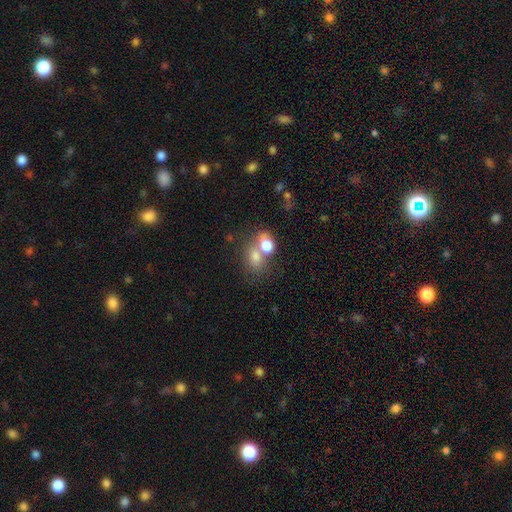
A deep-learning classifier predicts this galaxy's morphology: type=smooth (68%); roundness=in between (57%); merging=merger (47%).